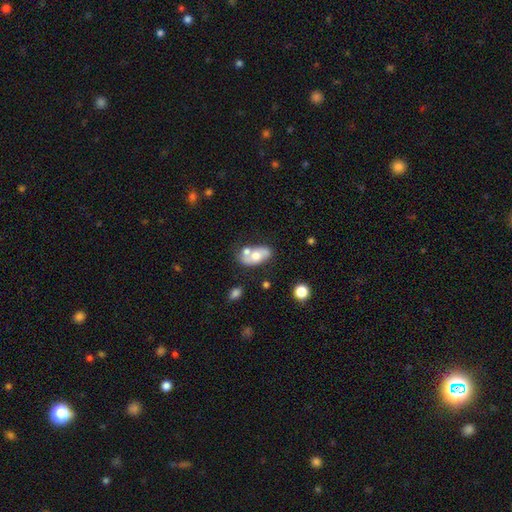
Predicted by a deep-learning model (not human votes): This appears to be a smooth galaxy with no disk features (50%). Merging: none (45%).